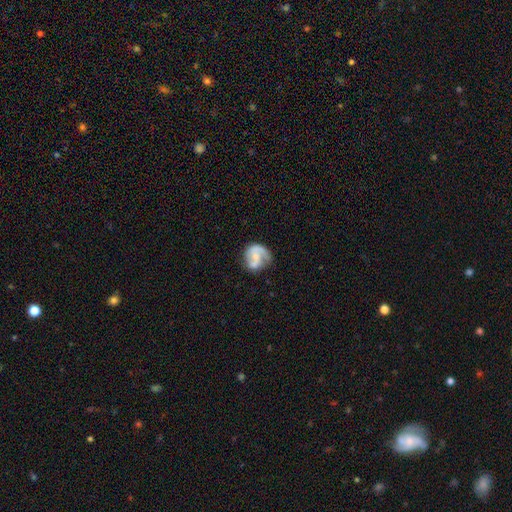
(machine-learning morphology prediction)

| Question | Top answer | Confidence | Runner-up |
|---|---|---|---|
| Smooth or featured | featured or disk | 64% | smooth (29%) |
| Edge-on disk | no | 98% | yes (2%) |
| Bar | no | 56% | weak (35%) |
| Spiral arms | yes | 83% | no (17%) |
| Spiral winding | medium | 42% | loose (35%) |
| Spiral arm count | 2 | 56% | 1 (29%) |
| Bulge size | small | 40% | none (33%) |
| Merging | none | 48% | minor disturbance (25%) |